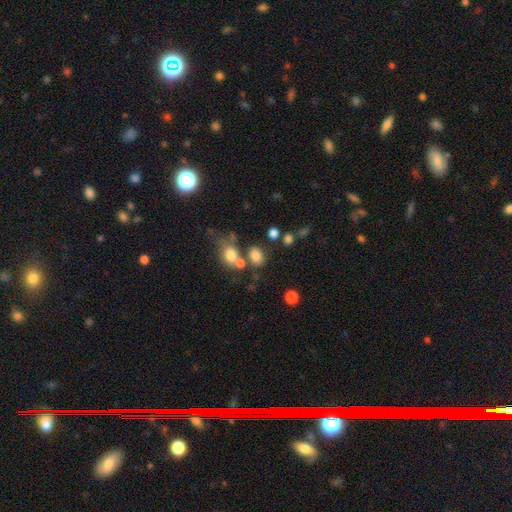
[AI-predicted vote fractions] The model was most divided on "how rounded": in between: 61%, round: 37%, cigar-shaped: 1%. More confident: smooth or featured — smooth (78%); merging — none (57%).